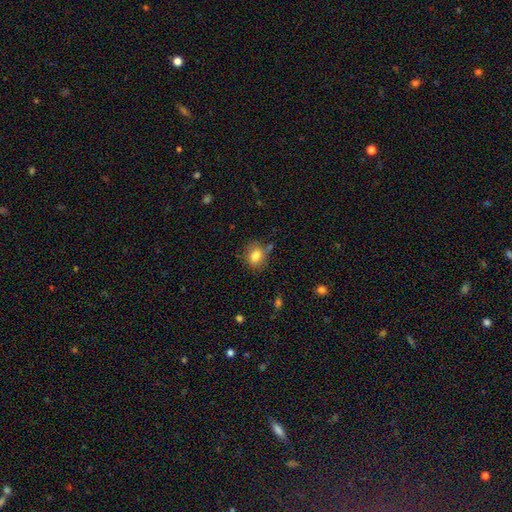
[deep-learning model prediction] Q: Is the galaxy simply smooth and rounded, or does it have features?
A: smooth — 82%.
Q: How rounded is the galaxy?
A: round — 59%.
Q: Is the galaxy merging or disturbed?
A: none — 74%.